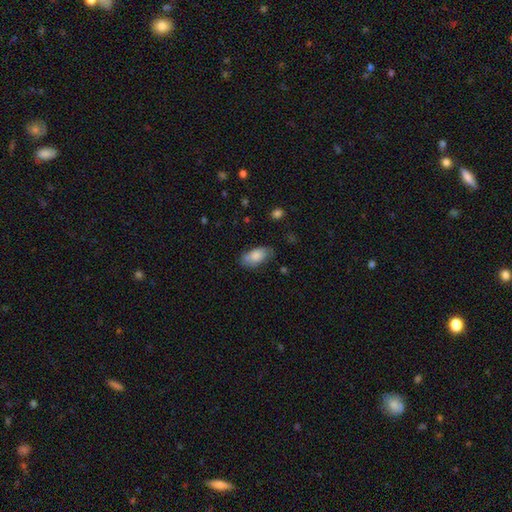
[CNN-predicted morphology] This appears to be a smooth galaxy with no disk features (79%) that is in between round and cigar-shaped (91%). Merging: none (69%).